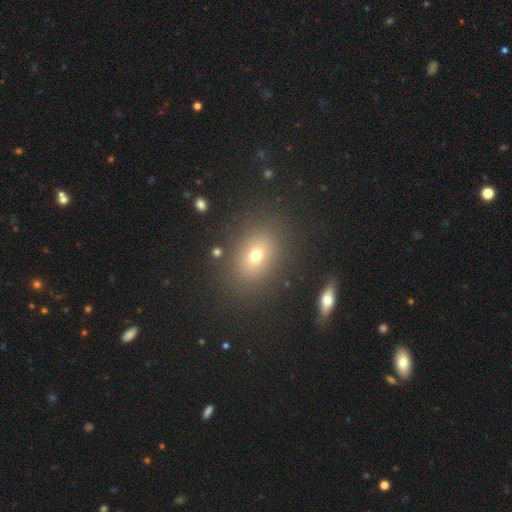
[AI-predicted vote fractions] smooth-or-featured: smooth: 68% | star or artifact: 18% | featured or disk: 14%
  how-rounded: in between: 62% | round: 36% | cigar-shaped: 2%
  merging: none: 85% | minor disturbance: 9% | major disturbance: 4% | merger: 3%